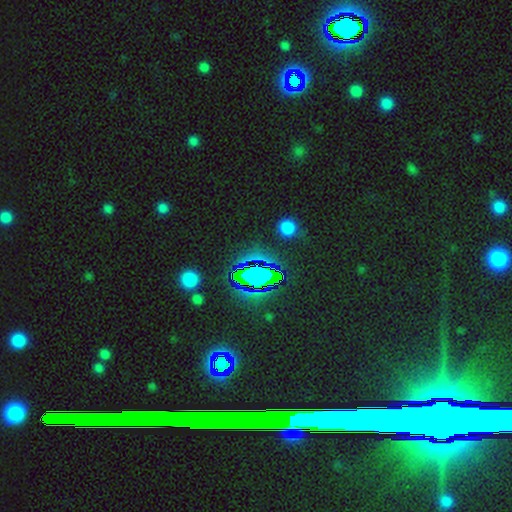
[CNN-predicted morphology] This is likely a star or artifact rather than a galaxy (78%).